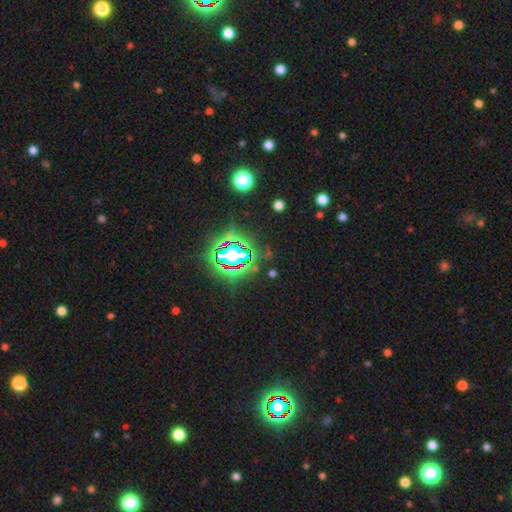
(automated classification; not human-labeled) Morphology: type=star or artifact (83%).